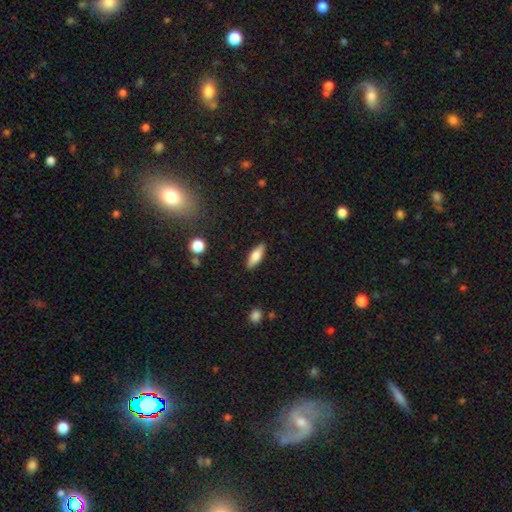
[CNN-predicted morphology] Smooth or featured? Predicted: smooth (p=0.72). How rounded? Predicted: in between (p=0.61). Merging? Predicted: none (p=0.88).